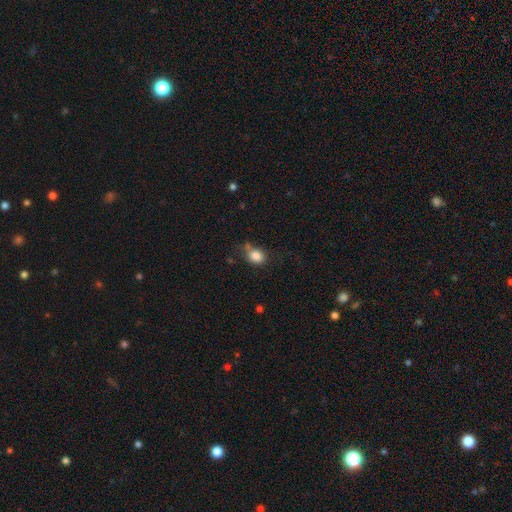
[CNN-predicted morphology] Smooth or featured? smooth (83%)
How rounded? round (58%)
Merging? none (58%)